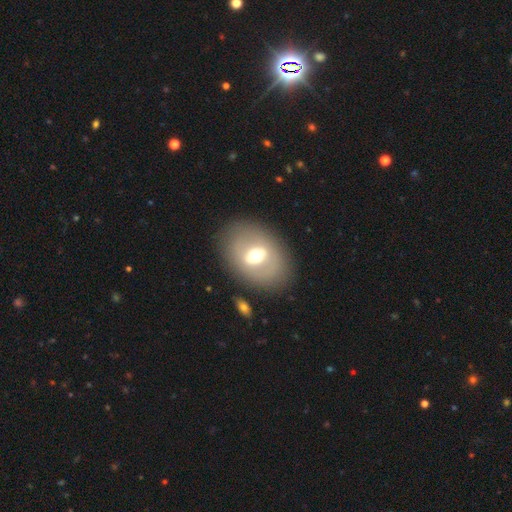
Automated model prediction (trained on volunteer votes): This appears to be a featured or disk galaxy (48%). Merging: none (83%).